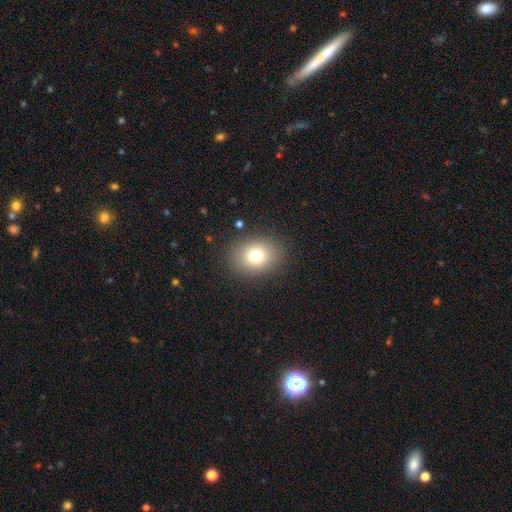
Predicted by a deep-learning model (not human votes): Smooth or featured? smooth (78%)
How rounded? in between (55%)
Merging? none (86%)